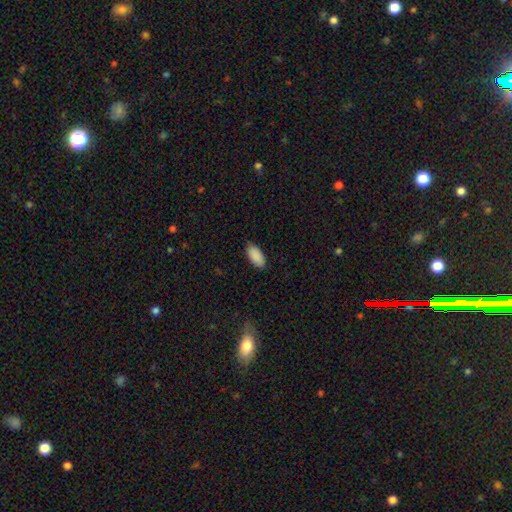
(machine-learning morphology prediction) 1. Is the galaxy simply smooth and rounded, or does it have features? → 90% smooth, 6% star or artifact, 4% featured or disk.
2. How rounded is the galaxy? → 92% in between, 6% cigar-shaped, 2% round.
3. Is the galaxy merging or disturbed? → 86% none, 11% minor disturbance, 2% major disturbance, 1% merger.